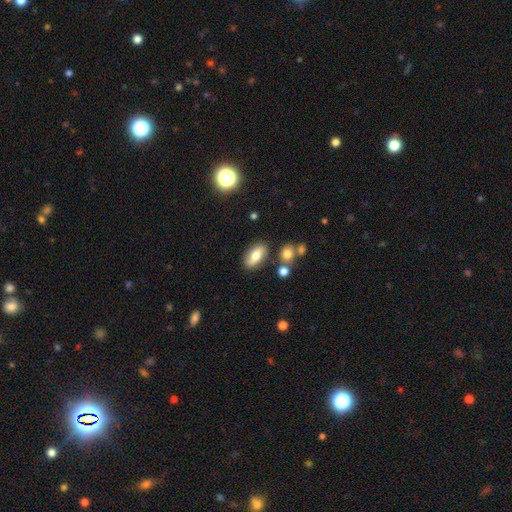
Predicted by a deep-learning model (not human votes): The model was most divided on "smooth or featured": smooth: 63%, featured or disk: 29%, star or artifact: 9%. More confident: how rounded — in between (84%); merging — none (80%).